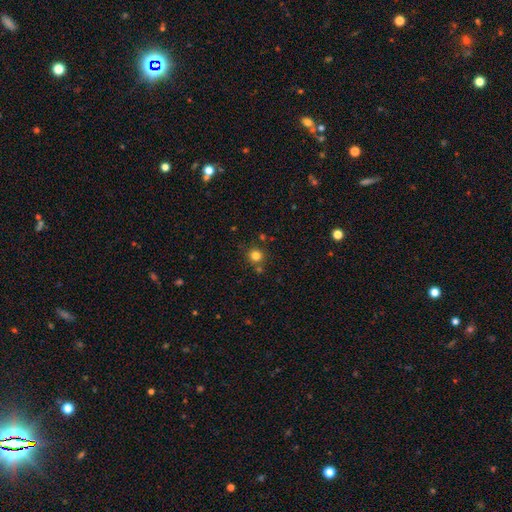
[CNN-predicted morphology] A smooth galaxy with no disk features (80%) that is round (93%). Merging: none (78%).